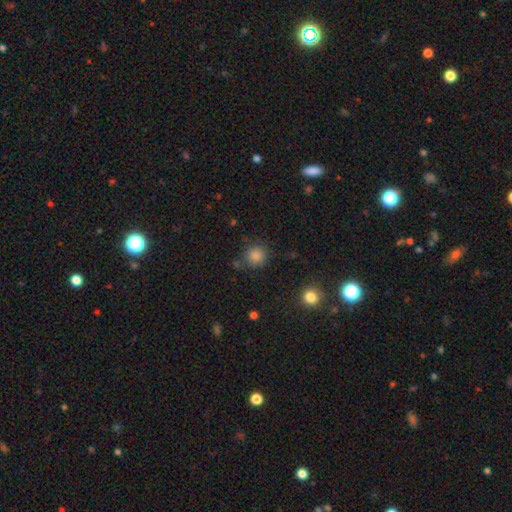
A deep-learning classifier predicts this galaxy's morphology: Smooth or featured?
  - smooth: 83% *
  - star or artifact: 12%
  - featured or disk: 4%
How rounded?
  - round: 91% *
  - in between: 8%
  - cigar-shaped: 1%
Merging?
  - none: 79% *
  - minor disturbance: 12%
  - merger: 5%
  - major disturbance: 4%